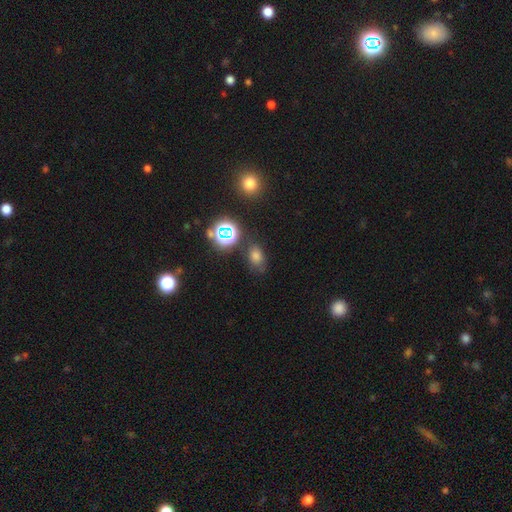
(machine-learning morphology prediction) Overall: smooth (59%; star or artifact 31%). How rounded: in between (69%). Merging: none (73%).